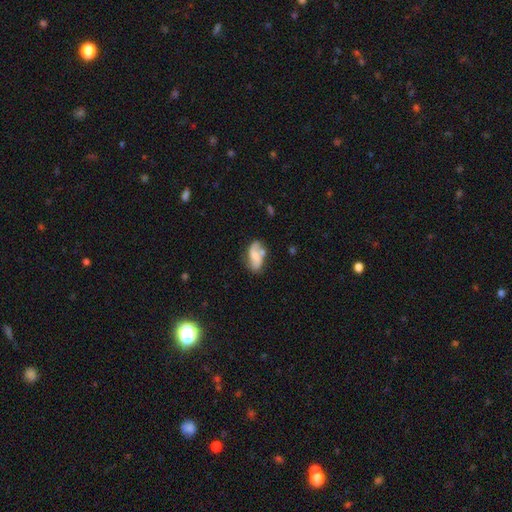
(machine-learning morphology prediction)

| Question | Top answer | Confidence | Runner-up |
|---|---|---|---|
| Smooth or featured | featured or disk | 56% | smooth (36%) |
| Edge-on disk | no | 95% | yes (5%) |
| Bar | no | 50% | weak (37%) |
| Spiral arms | yes | 84% | no (16%) |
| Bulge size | small | 43% | moderate (35%) |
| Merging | none | 58% | minor disturbance (23%) |